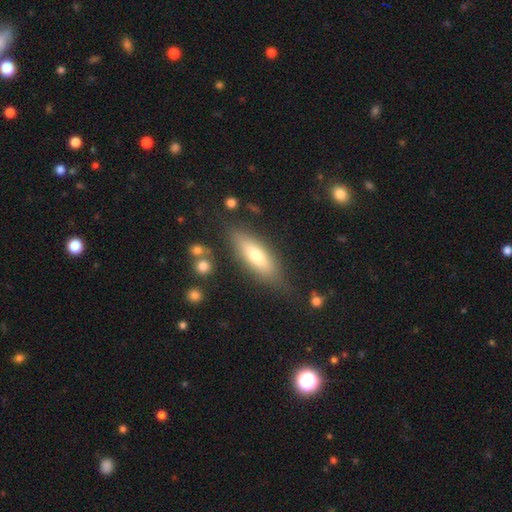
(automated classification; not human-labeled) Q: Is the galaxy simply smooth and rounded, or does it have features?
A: smooth — 64%.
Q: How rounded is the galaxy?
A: in between — 56%.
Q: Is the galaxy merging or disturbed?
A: none — 77%.